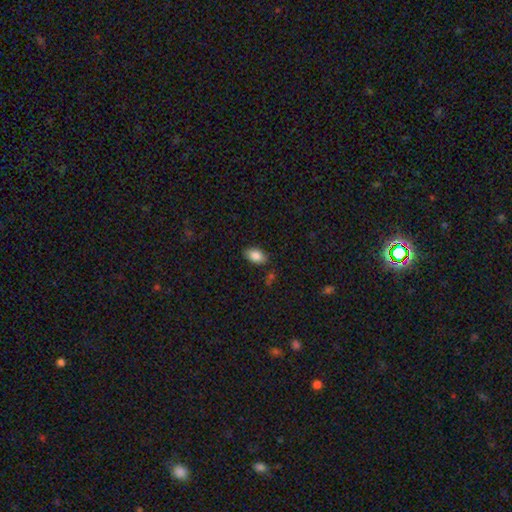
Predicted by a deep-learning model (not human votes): The model was most divided on "merging": none: 83%, minor disturbance: 12%, major disturbance: 3%, merger: 2%. More confident: how rounded — in between (91%); smooth or featured — smooth (86%).